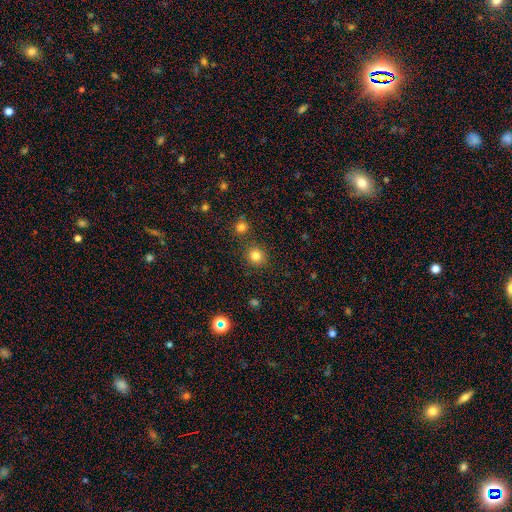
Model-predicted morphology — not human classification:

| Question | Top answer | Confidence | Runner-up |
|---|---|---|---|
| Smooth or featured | smooth | 81% | star or artifact (14%) |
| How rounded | round | 91% | in between (8%) |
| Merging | none | 85% | minor disturbance (7%) |